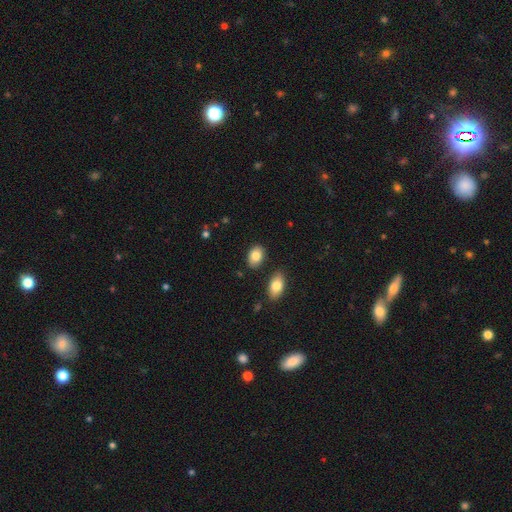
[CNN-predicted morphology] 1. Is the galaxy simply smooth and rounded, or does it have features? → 83% smooth, 9% featured or disk, 7% star or artifact.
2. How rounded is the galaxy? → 86% in between, 13% round, 1% cigar-shaped.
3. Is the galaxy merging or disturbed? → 82% none, 11% minor disturbance, 4% merger, 3% major disturbance.